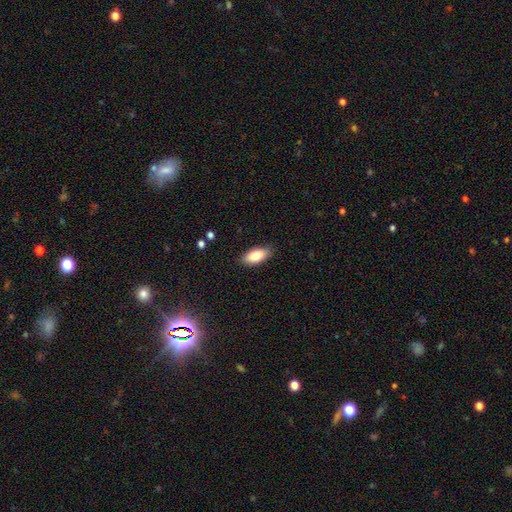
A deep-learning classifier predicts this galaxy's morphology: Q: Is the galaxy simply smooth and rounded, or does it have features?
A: smooth — 85%.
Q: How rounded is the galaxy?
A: in between — 88%.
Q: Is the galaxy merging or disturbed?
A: none — 86%.